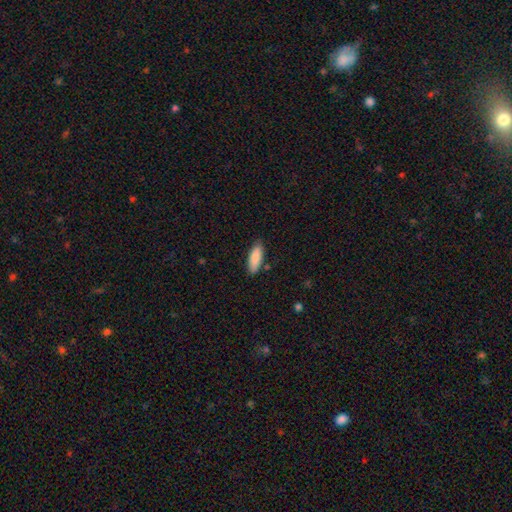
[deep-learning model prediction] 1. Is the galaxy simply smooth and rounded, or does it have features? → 86% smooth, 8% featured or disk, 6% star or artifact.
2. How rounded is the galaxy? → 68% in between, 30% cigar-shaped, 2% round.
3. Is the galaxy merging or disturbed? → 82% none, 14% minor disturbance, 2% merger, 2% major disturbance.